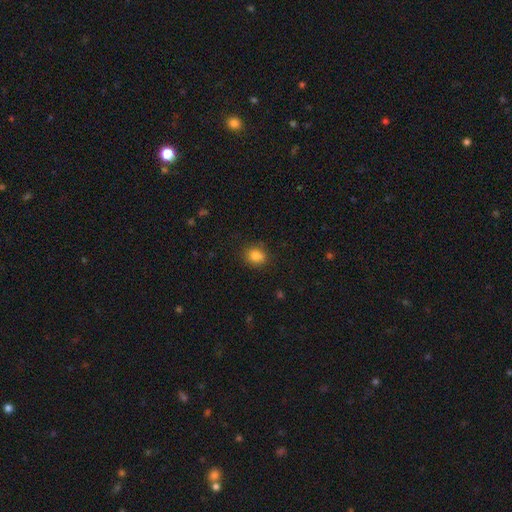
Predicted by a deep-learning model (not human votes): Smooth or featured?
  - smooth: 83% *
  - star or artifact: 11%
  - featured or disk: 6%
How rounded?
  - round: 62% *
  - in between: 37%
  - cigar-shaped: 1%
Merging?
  - none: 80% *
  - minor disturbance: 14%
  - major disturbance: 3%
  - merger: 3%